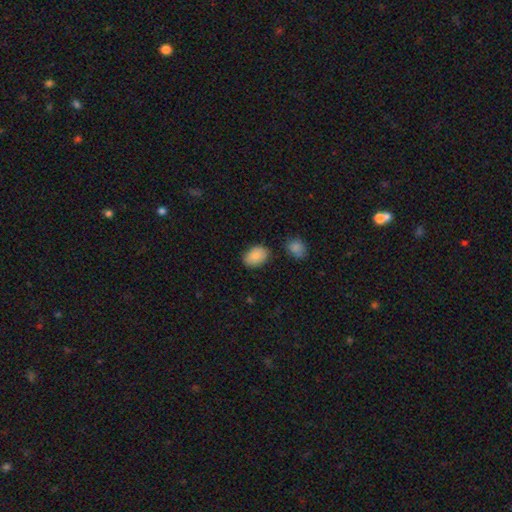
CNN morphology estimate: smooth 88%, star or artifact 7%, featured or disk 5%. Down the decision tree: how rounded — in between (84%); merging — none (79%).